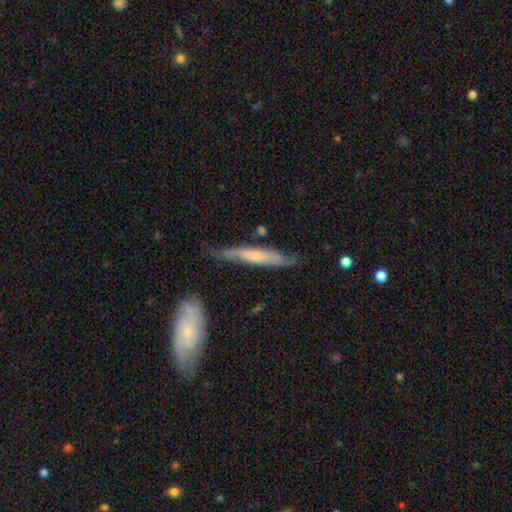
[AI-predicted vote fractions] This appears to be a featured or disk galaxy (56%) viewed edge-on (70%). Merging: none (62%).